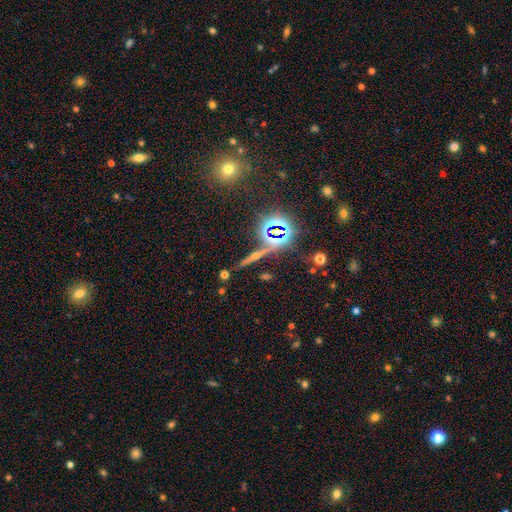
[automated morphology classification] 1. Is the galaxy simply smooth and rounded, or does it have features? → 45% featured or disk, 35% star or artifact, 20% smooth.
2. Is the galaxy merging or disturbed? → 80% none, 10% minor disturbance, 7% merger, 4% major disturbance.